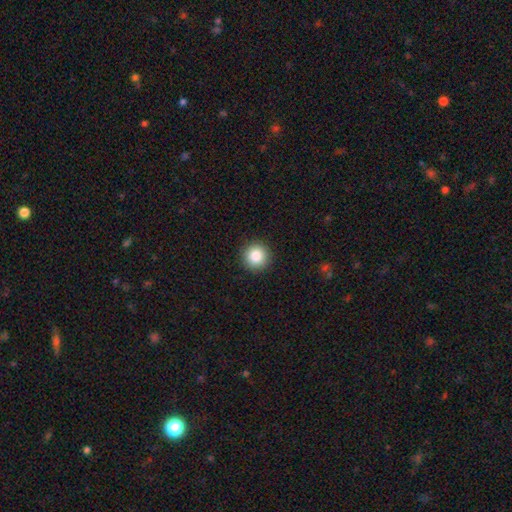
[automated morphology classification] Smooth or featured?
  - smooth: 85% *
  - star or artifact: 9%
  - featured or disk: 5%
How rounded?
  - round: 95% *
  - in between: 4%
  - cigar-shaped: 1%
Merging?
  - none: 92% *
  - minor disturbance: 5%
  - major disturbance: 2%
  - merger: 1%